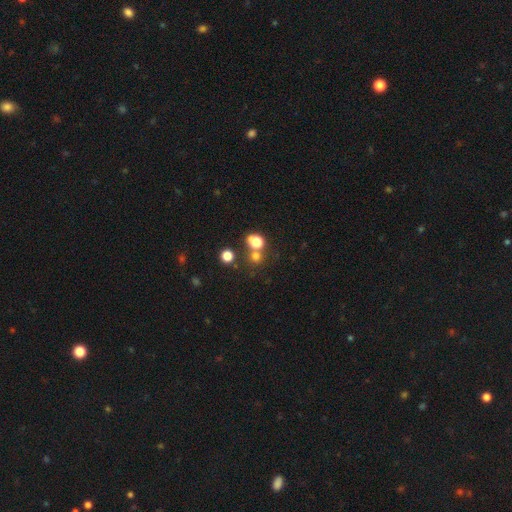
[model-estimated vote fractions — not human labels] A smooth galaxy with no disk features (71%) that is round (82%). Merging: none (55%).